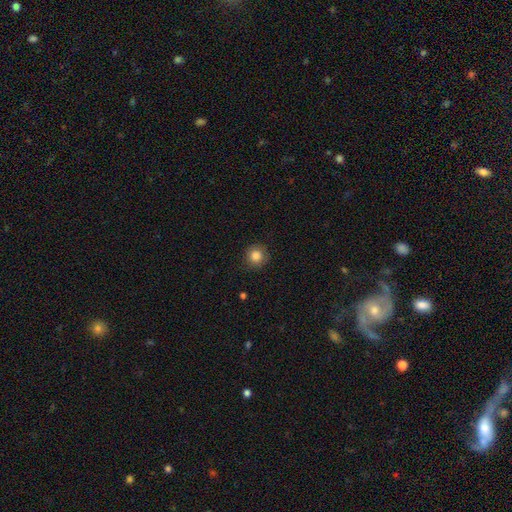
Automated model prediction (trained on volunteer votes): The model was most divided on "smooth or featured": smooth: 85%, star or artifact: 10%, featured or disk: 5%. More confident: how rounded — round (93%); merging — none (88%).